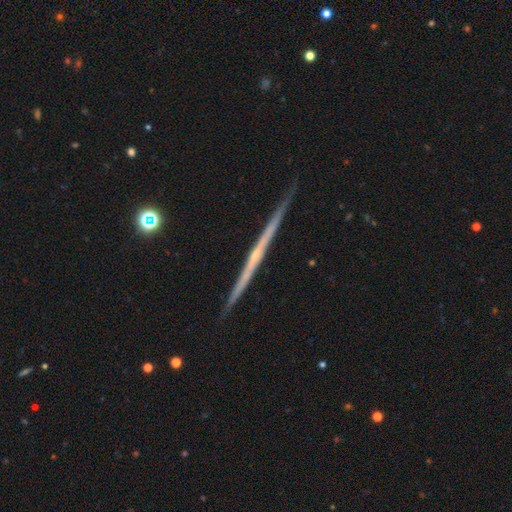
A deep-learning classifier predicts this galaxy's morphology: A featured or disk galaxy (81%) viewed edge-on (98%) with no central bulge (57%). Merging: none (91%).